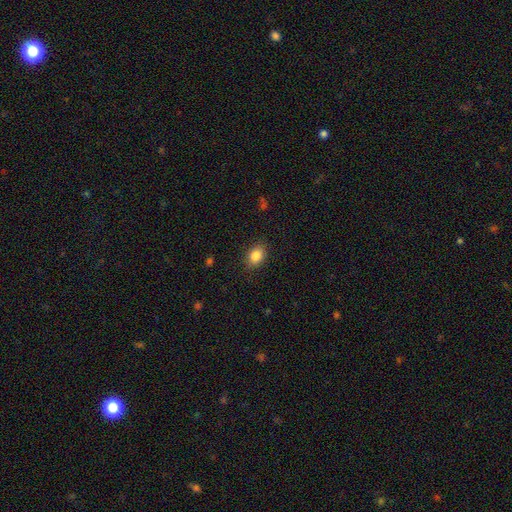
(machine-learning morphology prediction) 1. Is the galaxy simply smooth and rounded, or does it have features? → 85% smooth, 9% star or artifact, 6% featured or disk.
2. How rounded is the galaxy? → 72% in between, 27% round, 1% cigar-shaped.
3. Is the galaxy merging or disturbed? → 86% none, 11% minor disturbance, 3% major disturbance, 1% merger.